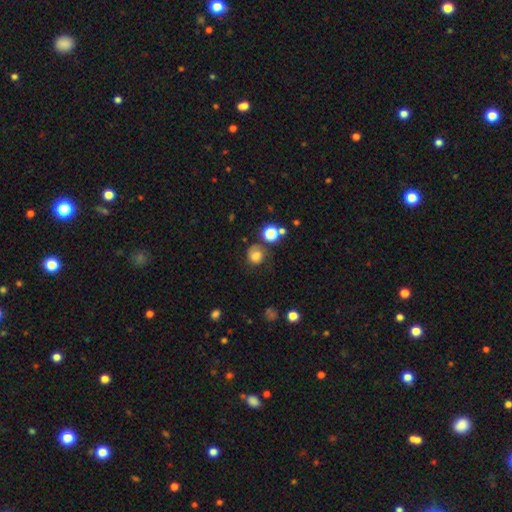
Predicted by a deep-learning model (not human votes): This is likely a smooth galaxy (68%). How rounded: likely round (77%). Merging: possibly none (55%).